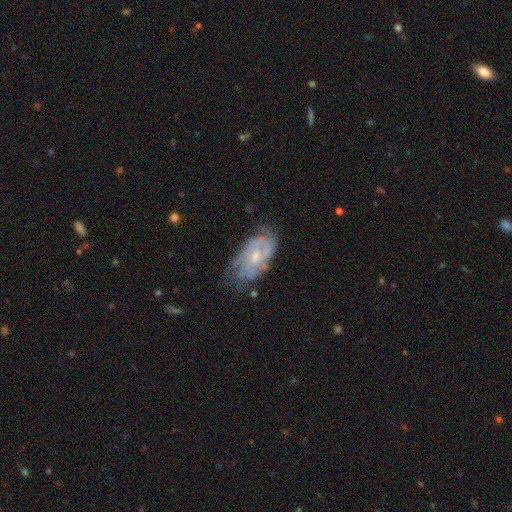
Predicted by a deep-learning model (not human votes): This is likely a featured or disk galaxy (71%). It is clearly not viewed edge-on (94%). Bar: likely no (66%). Spiral arm pattern: likely yes (77%). Spiral arm count: possibly can't tell (50%). Spiral winding: possibly tight (54%). Central bulge: possibly small (52%). Merging: possibly none (59%).